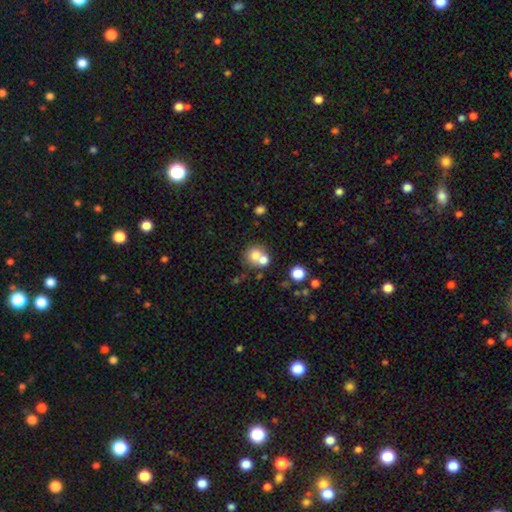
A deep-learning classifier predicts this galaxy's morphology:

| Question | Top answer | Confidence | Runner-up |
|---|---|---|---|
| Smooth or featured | smooth | 71% | featured or disk (17%) |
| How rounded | round | 81% | in between (18%) |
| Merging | merger | 45% | none (43%) |